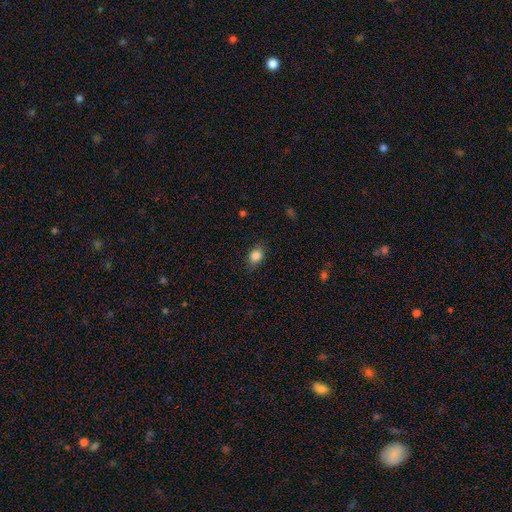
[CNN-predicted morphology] This is clearly a smooth galaxy (85%). How rounded: possibly in between (59%). Merging: clearly none (82%).